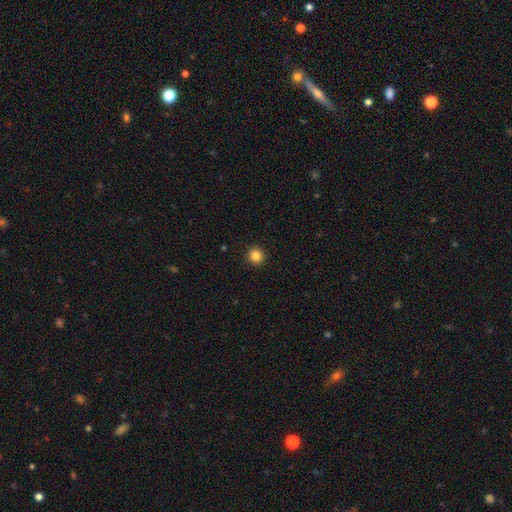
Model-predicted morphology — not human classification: Overall: smooth (86%). How rounded: round (95%). Merging: none (93%).